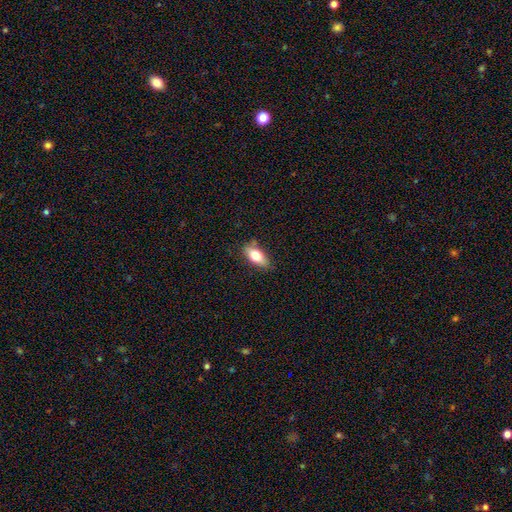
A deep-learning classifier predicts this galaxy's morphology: smooth_or_featured: smooth (p=0.75) [alt: featured or disk p=0.18]
how_rounded: in between (p=0.86) [alt: cigar-shaped p=0.09]
merging: none (p=0.76) [alt: minor disturbance p=0.18]